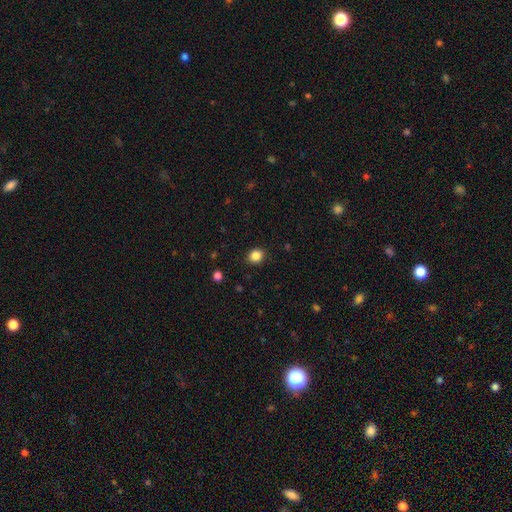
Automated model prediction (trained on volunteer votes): Smooth or featured? smooth (86%)
How rounded? round (69%)
Merging? none (90%)